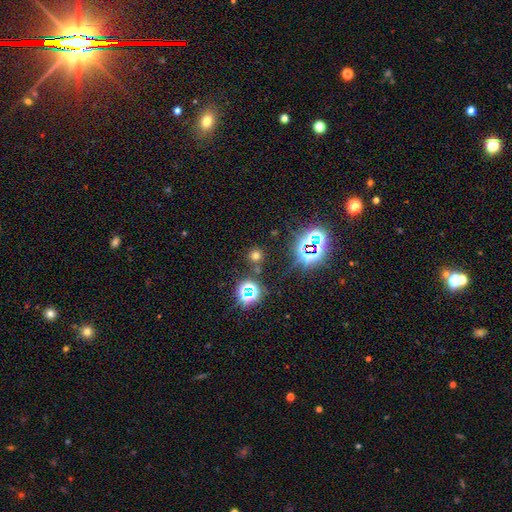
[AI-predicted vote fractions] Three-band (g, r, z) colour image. It shows a smooth galaxy with no disk features (55%) that is round (92%). Merging: none (83%).